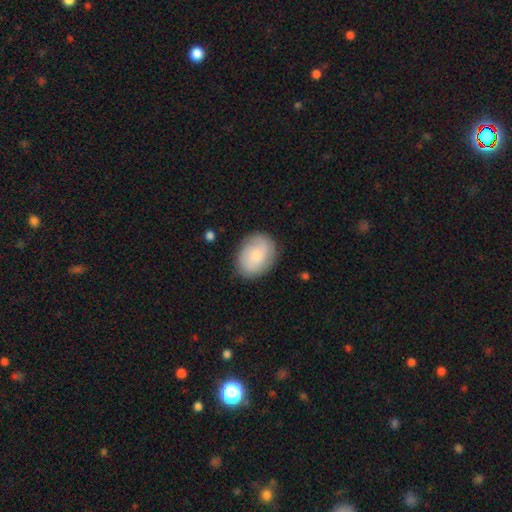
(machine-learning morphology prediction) Smooth or featured? Predicted: smooth (p=0.68). How rounded? Predicted: in between (p=0.63). Merging? Predicted: none (p=0.82).